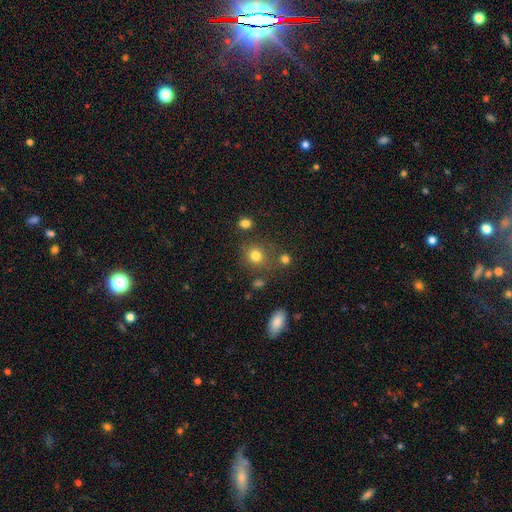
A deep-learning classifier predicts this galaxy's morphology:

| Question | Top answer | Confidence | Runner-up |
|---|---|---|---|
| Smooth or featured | smooth | 79% | star or artifact (14%) |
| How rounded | round | 82% | in between (17%) |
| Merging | none | 74% | minor disturbance (12%) |